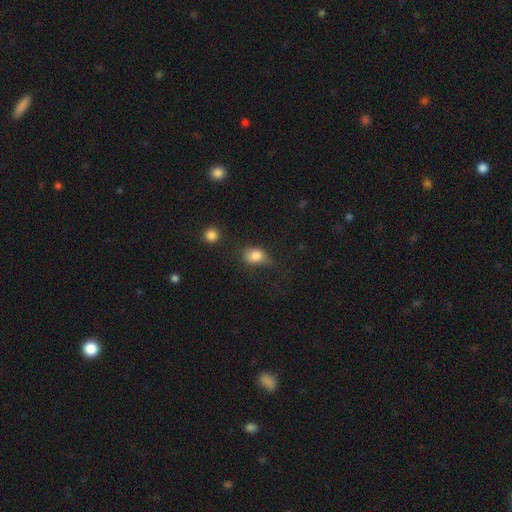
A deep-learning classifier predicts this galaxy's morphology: This appears to be a smooth galaxy with no disk features (82%) that is in between round and cigar-shaped (69%). Merging: none (49%).